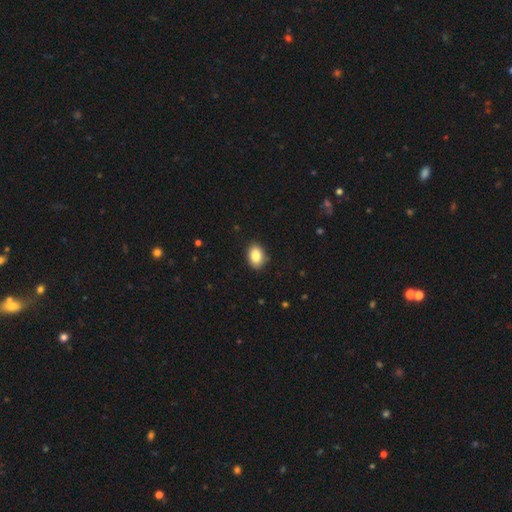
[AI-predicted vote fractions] smooth_or_featured: smooth (p=0.86) [alt: star or artifact p=0.08]
how_rounded: in between (p=0.83) [alt: round p=0.16]
merging: none (p=0.87) [alt: minor disturbance p=0.10]